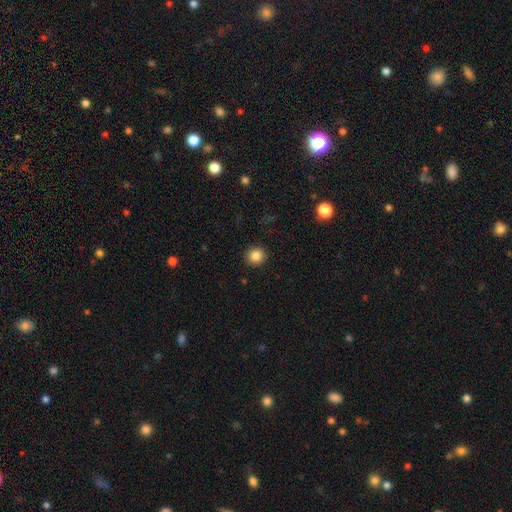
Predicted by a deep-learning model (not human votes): Morphology: type=smooth (86%); roundness=round (91%); merging=none (92%).